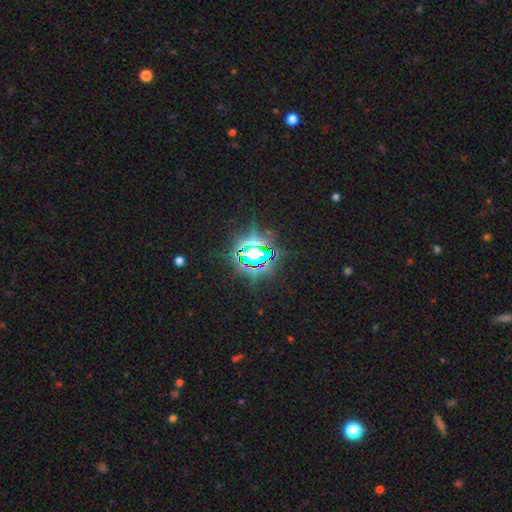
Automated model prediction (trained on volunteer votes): The model was most divided on "smooth or featured": star or artifact: 76%, smooth: 14%, featured or disk: 10%.